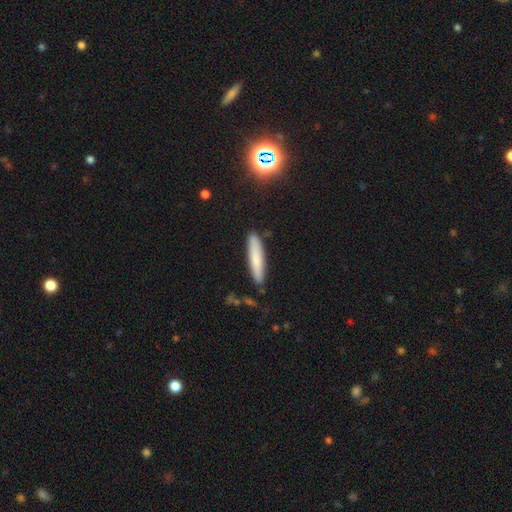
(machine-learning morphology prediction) A smooth galaxy with no disk features (75%) that is cigar-shaped (88%). Merging: none (87%).